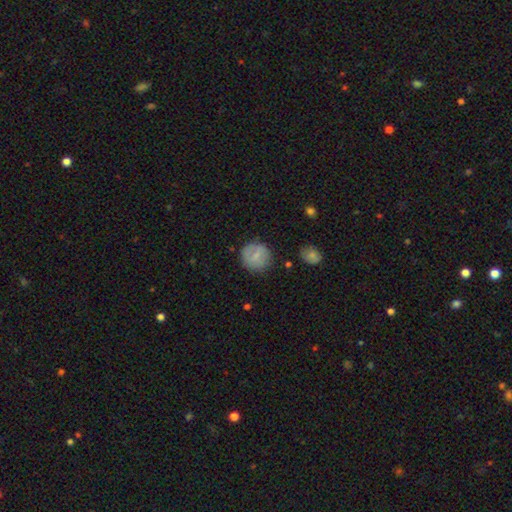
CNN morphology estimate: A smooth galaxy with no disk features (72%) that is round (89%). Merging: none (78%).